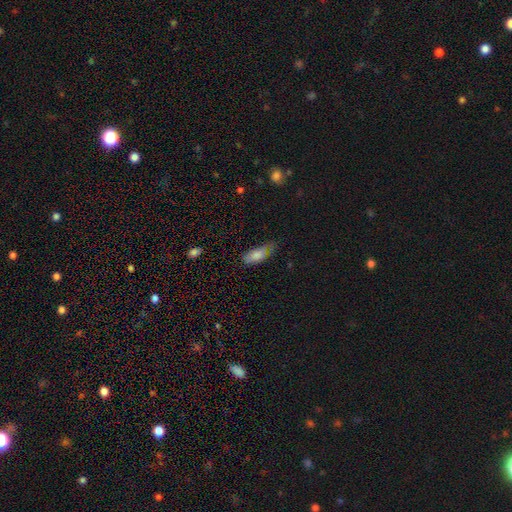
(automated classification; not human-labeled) Smooth or featured?
  - smooth: 70% *
  - featured or disk: 20%
  - star or artifact: 10%
How rounded?
  - in between: 76% *
  - cigar-shaped: 21%
  - round: 3%
Merging?
  - none: 46% *
  - minor disturbance: 35%
  - major disturbance: 16%
  - merger: 3%